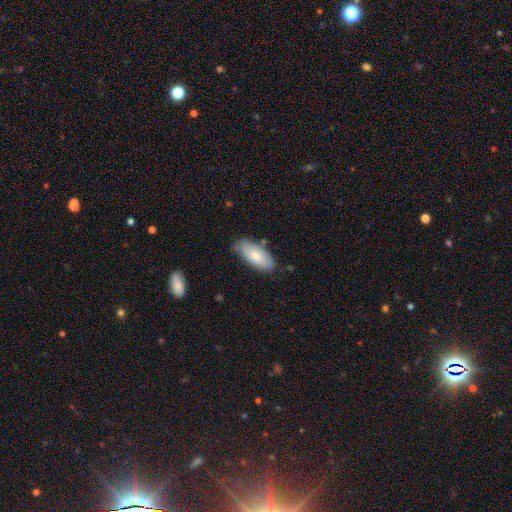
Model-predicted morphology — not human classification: This is likely a smooth galaxy (73%). How rounded: clearly in between (89%). Merging: likely none (72%).